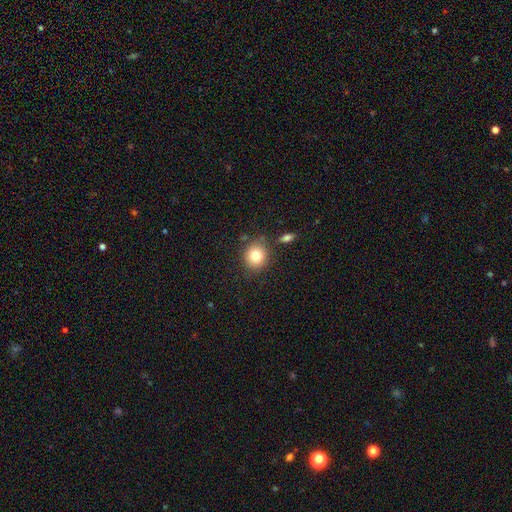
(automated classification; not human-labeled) A smooth galaxy with no disk features (81%) that is round (84%).

Vote fractions:
- Smooth or featured? smooth: 81% / star or artifact: 10% / featured or disk: 9%
- How rounded? round: 84% / in between: 15% / cigar-shaped: 1%
- Merging? none: 81% / minor disturbance: 10% / merger: 6% / major disturbance: 3%